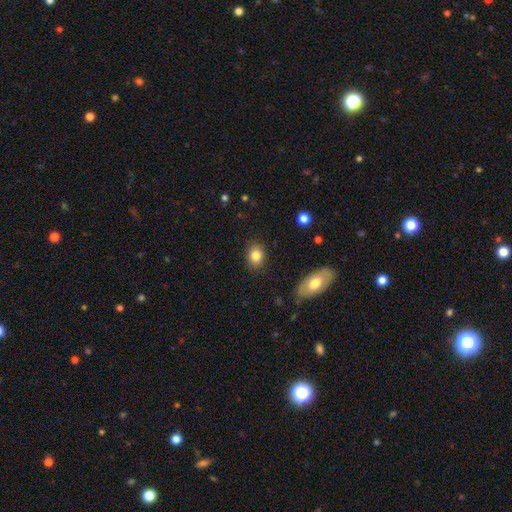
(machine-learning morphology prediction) Smooth or featured?
  - smooth: 83% *
  - star or artifact: 9%
  - featured or disk: 8%
How rounded?
  - in between: 51% *
  - round: 48%
  - cigar-shaped: 1%
Merging?
  - none: 86% *
  - minor disturbance: 10%
  - major disturbance: 3%
  - merger: 1%